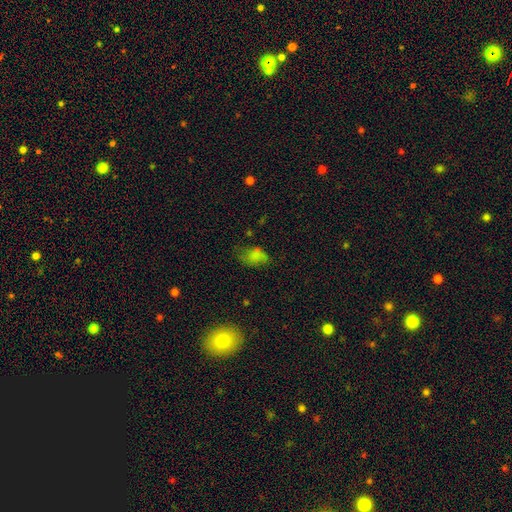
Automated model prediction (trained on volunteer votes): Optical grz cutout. It shows a smooth galaxy with no disk features (71%) that is in between round and cigar-shaped (82%). Merging: none (41%).